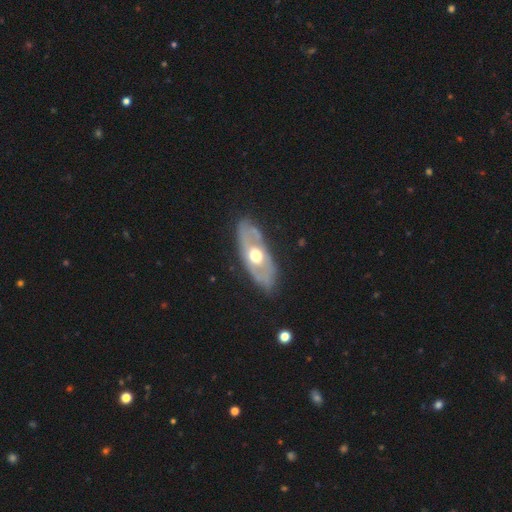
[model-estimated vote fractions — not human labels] Smooth or featured? Predicted: featured or disk (p=0.65). Edge-on disk? Predicted: no (p=0.79). Bar? Predicted: no (p=0.85). Spiral arms? Predicted: no (p=0.69). Bulge size? Predicted: moderate (p=0.71). Merging? Predicted: none (p=0.77).